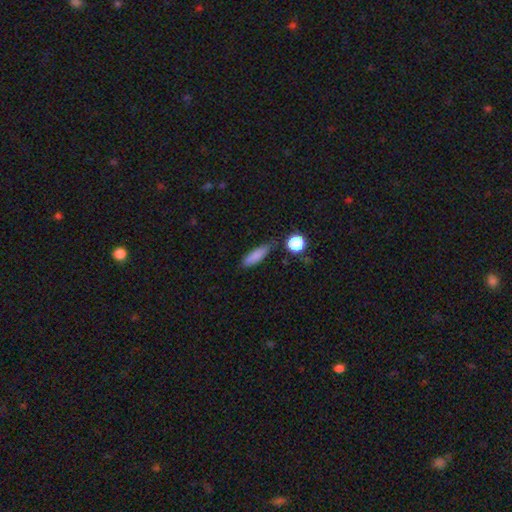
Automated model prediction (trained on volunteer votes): This is clearly a smooth galaxy (83%). How rounded: possibly cigar-shaped (57%). Merging: likely none (72%).